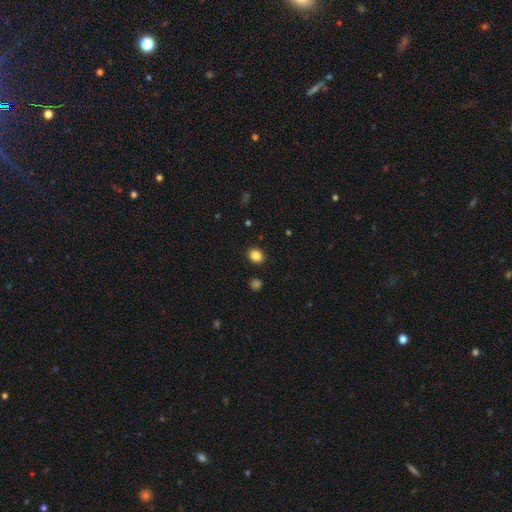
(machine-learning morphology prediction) This appears to be a smooth galaxy with no disk features (85%) that is round (59%). Merging: none (89%).